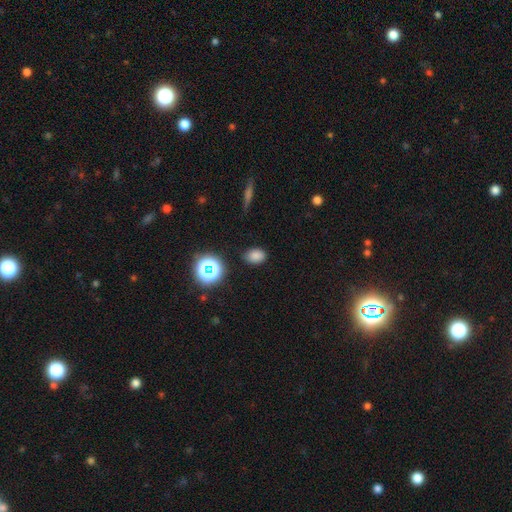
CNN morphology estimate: smooth-or-featured: smooth: 77% | star or artifact: 16% | featured or disk: 6%
  how-rounded: in between: 76% | round: 23% | cigar-shaped: 1%
  merging: none: 83% | minor disturbance: 12% | major disturbance: 3% | merger: 2%